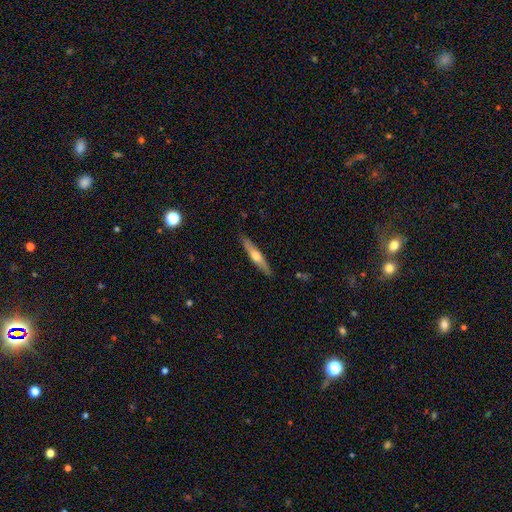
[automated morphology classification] Smooth or featured: featured or disk — 51% (smooth — 44%)
Edge-on disk: yes — 92% (no — 8%)
Merging: none — 87% (minor disturbance — 10%)